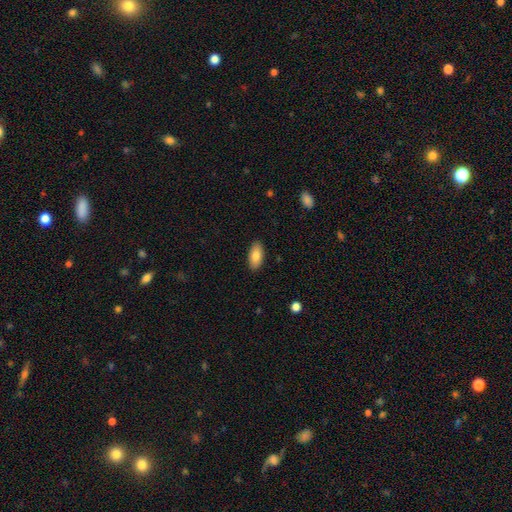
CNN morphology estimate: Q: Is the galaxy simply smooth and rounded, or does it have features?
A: smooth — 84%.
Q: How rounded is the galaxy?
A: in between — 91%.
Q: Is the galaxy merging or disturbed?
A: none — 89%.